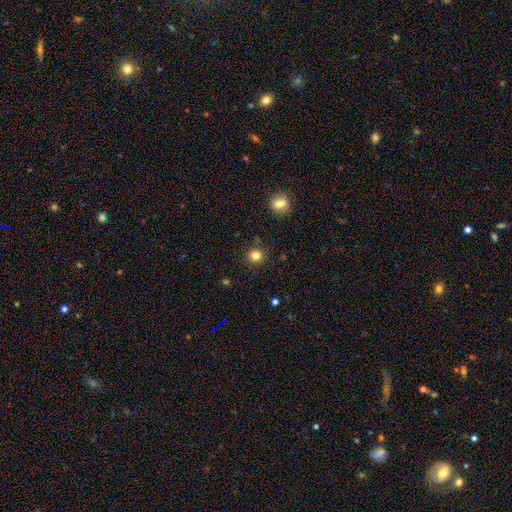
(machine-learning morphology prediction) smooth-or-featured: smooth: 82% | star or artifact: 13% | featured or disk: 5%
  how-rounded: round: 92% | in between: 7% | cigar-shaped: 1%
  merging: none: 89% | minor disturbance: 7% | major disturbance: 2% | merger: 2%